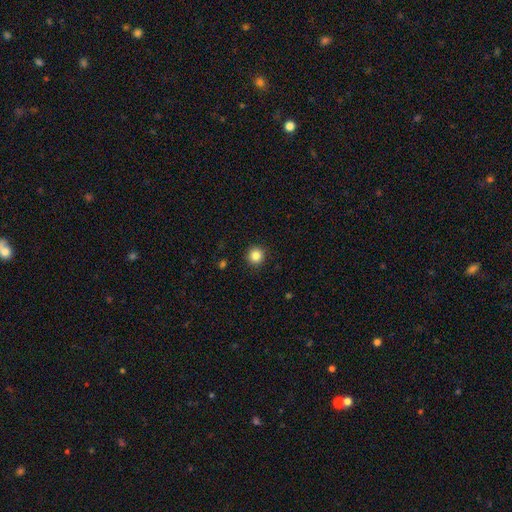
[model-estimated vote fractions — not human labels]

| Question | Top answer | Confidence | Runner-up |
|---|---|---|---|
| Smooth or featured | smooth | 86% | star or artifact (11%) |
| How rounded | round | 94% | in between (5%) |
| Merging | none | 92% | minor disturbance (5%) |